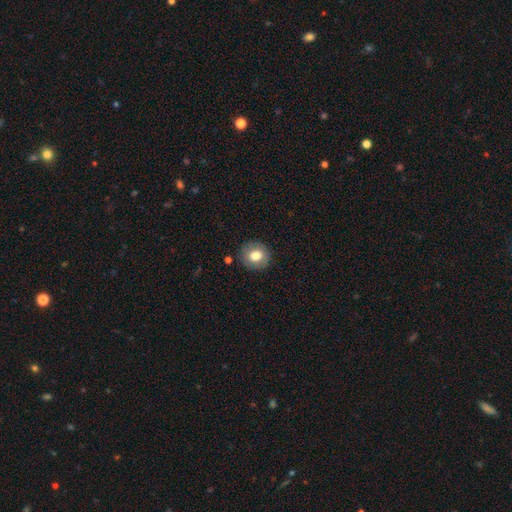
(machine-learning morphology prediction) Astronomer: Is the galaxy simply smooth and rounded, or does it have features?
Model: smooth — 77%.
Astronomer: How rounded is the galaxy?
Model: round — 82%.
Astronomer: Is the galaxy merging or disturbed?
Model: none — 88%.